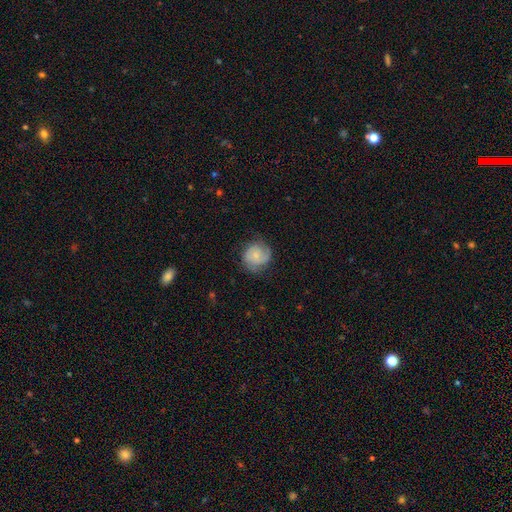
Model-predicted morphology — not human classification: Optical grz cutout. It shows a featured or disk galaxy (52%) with no bar (75%), spiral arms (89%) and a small central bulge (65%). Merging: none (70%).